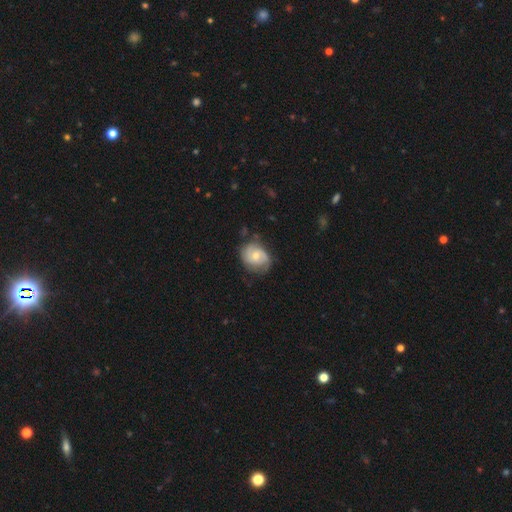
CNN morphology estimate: Smooth or featured? featured or disk (59%)
Edge-on disk? no (97%)
Bar? no (65%)
Spiral arms? yes (84%)
Bulge size? moderate (56%)
Merging? none (65%)